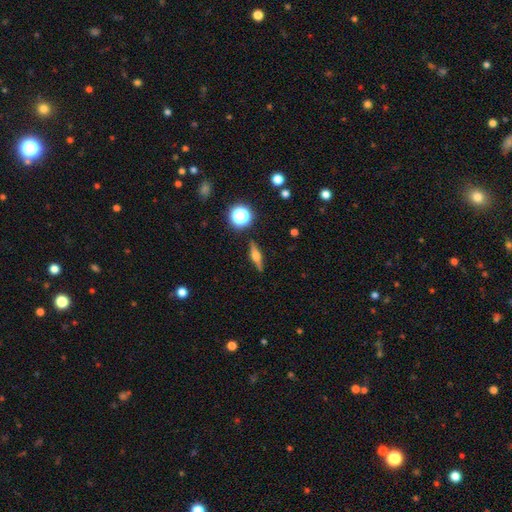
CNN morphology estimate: A featured or disk galaxy (58%) viewed edge-on (95%) with a rounded central bulge (87%).

Vote fractions:
- Smooth or featured? featured or disk: 58% / smooth: 32% / star or artifact: 10%
- Edge-on disk? yes: 95% / no: 5%
- Edge-on bulge? rounded: 87% / boxy: 10% / none: 3%
- Merging? none: 87% / minor disturbance: 9% / major disturbance: 2% / merger: 2%